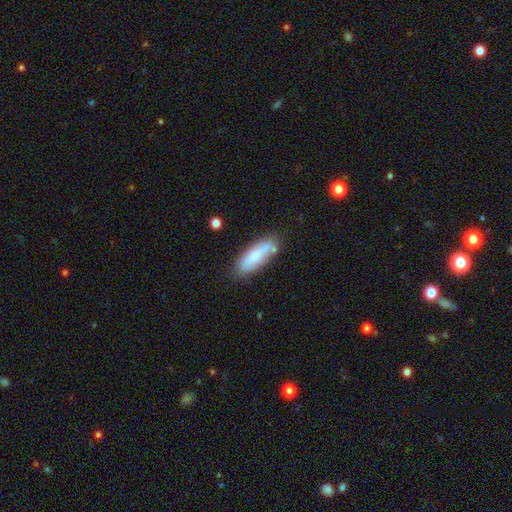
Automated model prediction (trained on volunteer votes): This appears to be a smooth galaxy with no disk features (73%) that is in between round and cigar-shaped (58%). Merging: none (72%).